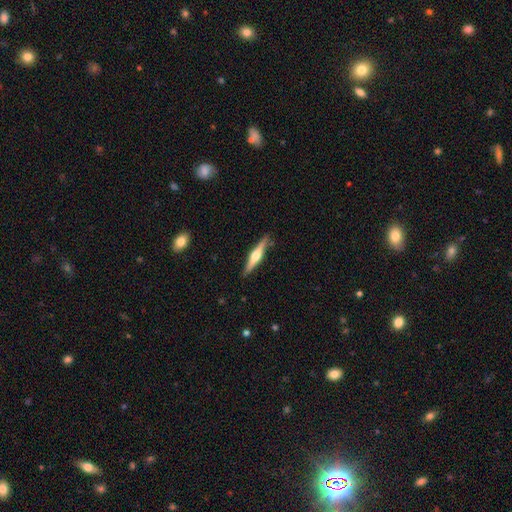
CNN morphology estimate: featured or disk 68%, smooth 27%, star or artifact 5%. Down the decision tree: edge-on disk — yes (98%); edge-on bulge — rounded (91%); merging — none (88%).